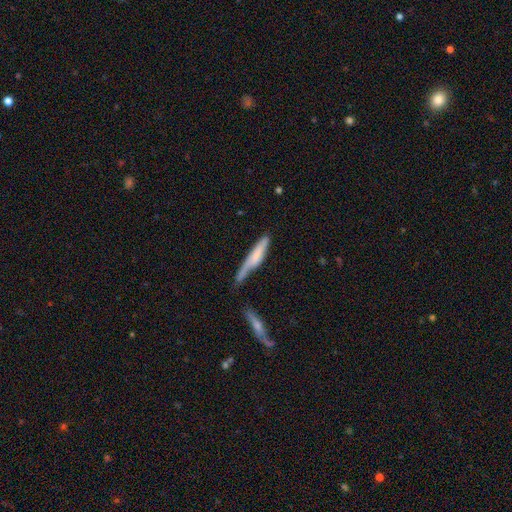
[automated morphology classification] smooth-or-featured: smooth: 57% | featured or disk: 36% | star or artifact: 6%
  how-rounded: cigar-shaped: 87% | in between: 11% | round: 1%
  merging: none: 40% | minor disturbance: 31% | major disturbance: 16% | merger: 13%